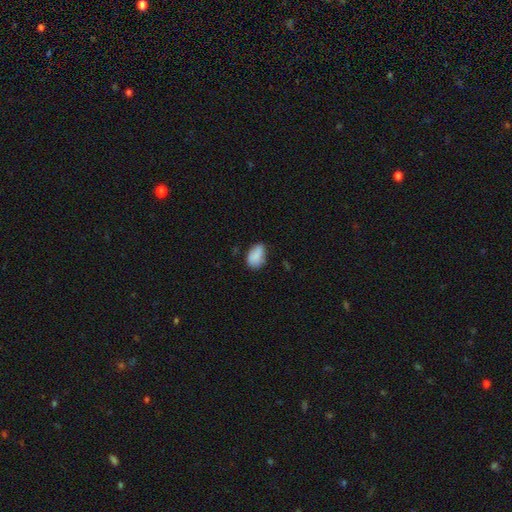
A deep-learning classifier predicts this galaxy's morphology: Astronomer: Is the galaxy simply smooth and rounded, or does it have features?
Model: smooth — 82%.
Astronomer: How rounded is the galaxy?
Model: in between — 88%.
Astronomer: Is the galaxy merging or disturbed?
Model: none — 62%.